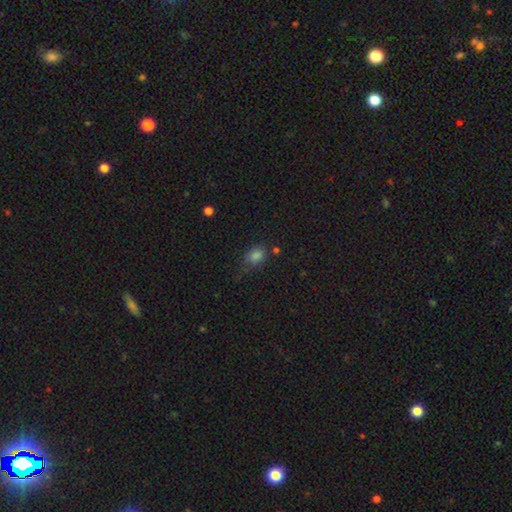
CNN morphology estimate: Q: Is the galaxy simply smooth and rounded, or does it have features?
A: smooth — 79%.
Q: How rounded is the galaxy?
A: in between — 71%.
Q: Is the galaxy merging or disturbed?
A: none — 56%.